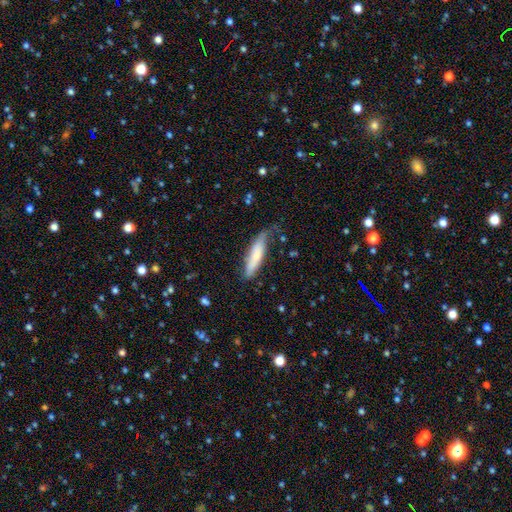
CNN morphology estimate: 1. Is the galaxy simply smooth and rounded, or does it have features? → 72% smooth, 22% featured or disk, 6% star or artifact.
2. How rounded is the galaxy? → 72% cigar-shaped, 26% in between, 2% round.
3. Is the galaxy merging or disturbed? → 57% none, 31% minor disturbance, 9% major disturbance, 3% merger.